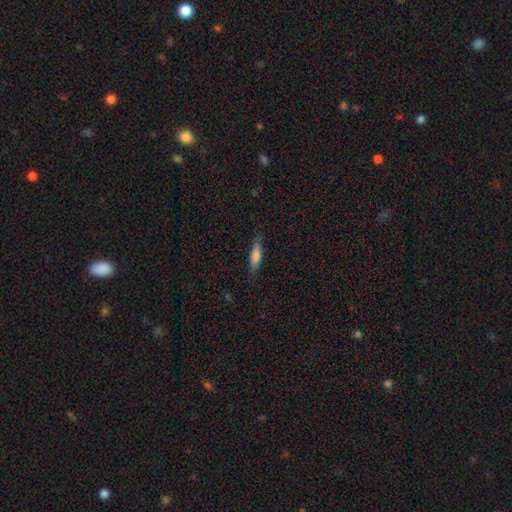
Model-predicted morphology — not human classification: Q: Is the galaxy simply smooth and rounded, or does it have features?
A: smooth — 72%.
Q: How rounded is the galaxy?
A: cigar-shaped — 65%.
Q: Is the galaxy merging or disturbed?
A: none — 81%.